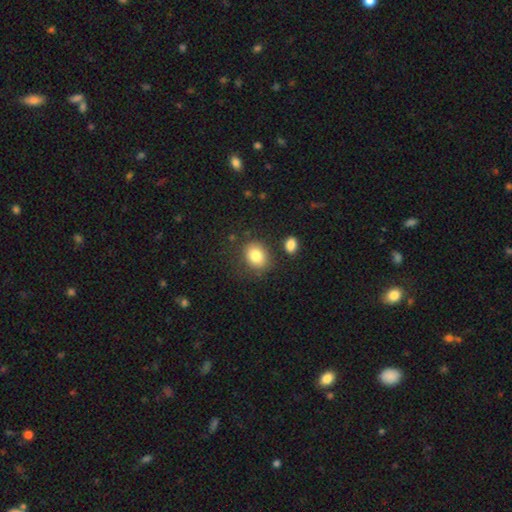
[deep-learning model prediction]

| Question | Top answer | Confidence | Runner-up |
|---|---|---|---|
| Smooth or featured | smooth | 83% | star or artifact (9%) |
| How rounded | in between | 55% | round (44%) |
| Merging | none | 78% | minor disturbance (13%) |